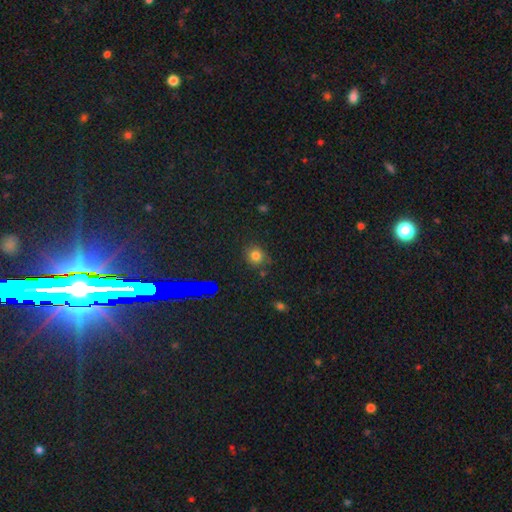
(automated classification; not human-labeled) Q: Smooth or featured?
A: smooth (74%); runner-up: star or artifact (19%)
Q: How rounded?
A: round (87%); runner-up: in between (12%)
Q: Merging?
A: none (81%); runner-up: minor disturbance (12%)